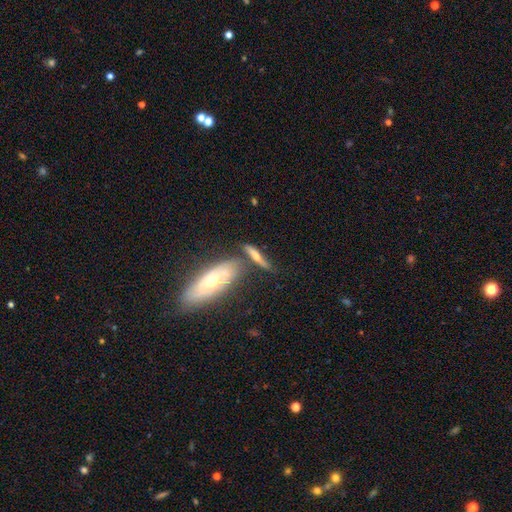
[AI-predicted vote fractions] Q: Smooth or featured?
A: featured or disk (48%); runner-up: smooth (43%)
Q: Merging?
A: none (54%); runner-up: merger (25%)